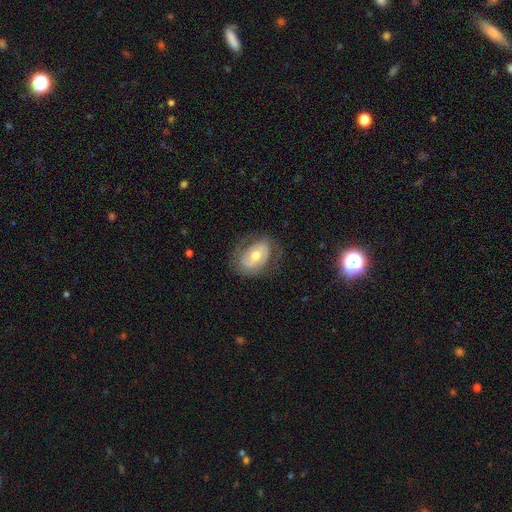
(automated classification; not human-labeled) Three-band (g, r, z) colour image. It shows a featured or disk galaxy (65%) with no bar (39%, tied with weak), spiral arms (72%) and a moderate central bulge (70%). Merging: none (68%).